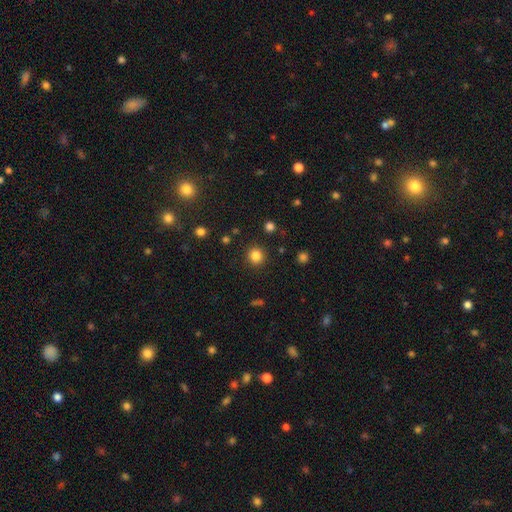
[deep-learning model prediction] This is clearly a smooth galaxy (83%). How rounded: clearly round (92%). Merging: clearly none (90%).